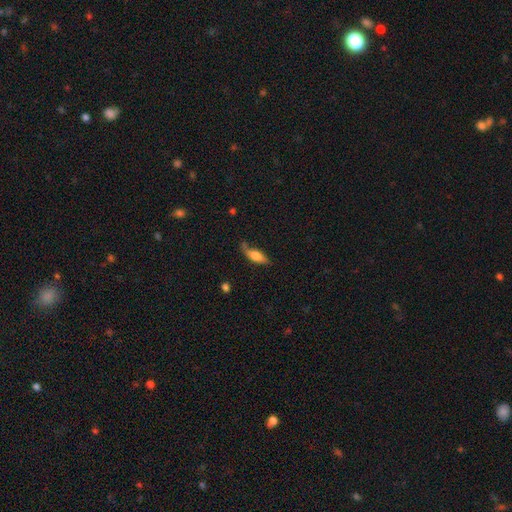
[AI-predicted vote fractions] A smooth galaxy with no disk features (67%) that is in between round and cigar-shaped (65%). Merging: none (60%).